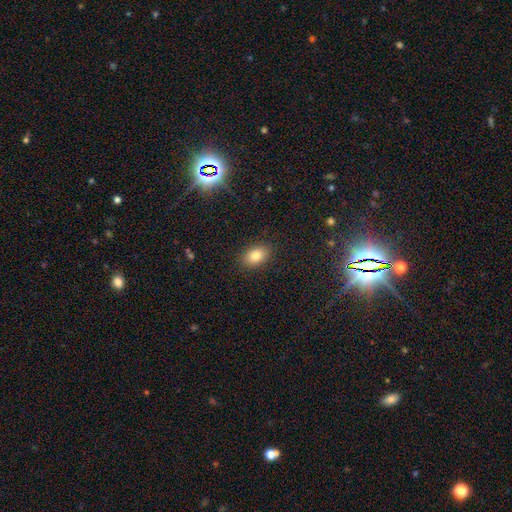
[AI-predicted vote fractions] Smooth or featured? Predicted: smooth (p=0.82). How rounded? Predicted: in between (p=0.84). Merging? Predicted: none (p=0.88).